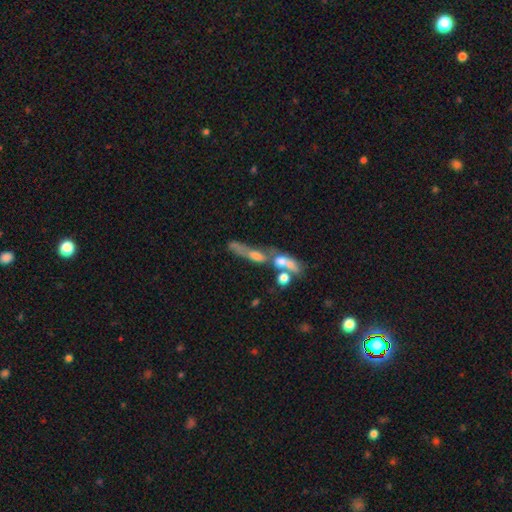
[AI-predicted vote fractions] Smooth or featured? featured or disk (47%)
Merging? merger (55%)